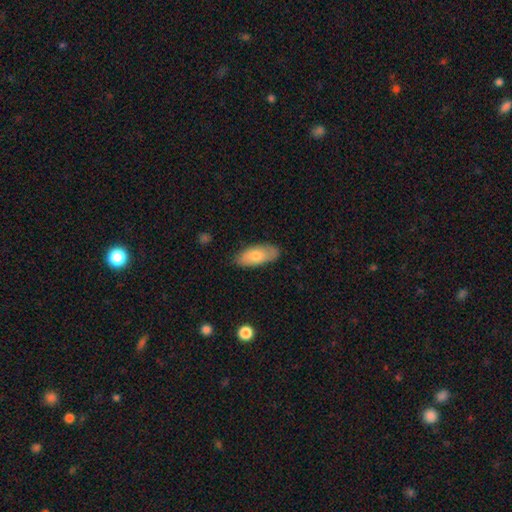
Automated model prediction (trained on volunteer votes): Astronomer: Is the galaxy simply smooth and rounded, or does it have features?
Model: smooth — 77%.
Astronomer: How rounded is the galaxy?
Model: in between — 87%.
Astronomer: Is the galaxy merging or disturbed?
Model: none — 81%.